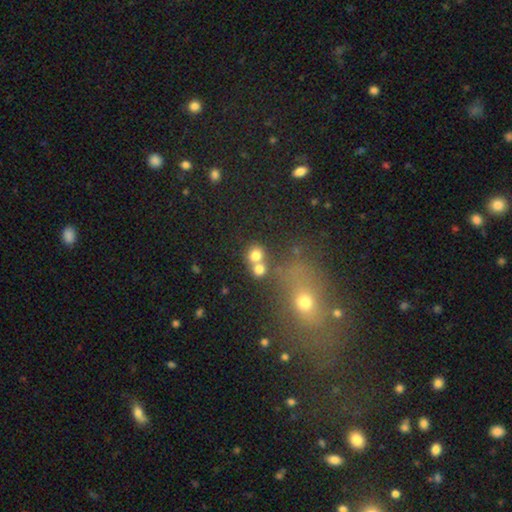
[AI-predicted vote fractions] The model was most divided on "merging": none: 48%, merger: 40%, minor disturbance: 8%, major disturbance: 4%. More confident: how rounded — round (82%); smooth or featured — smooth (75%).